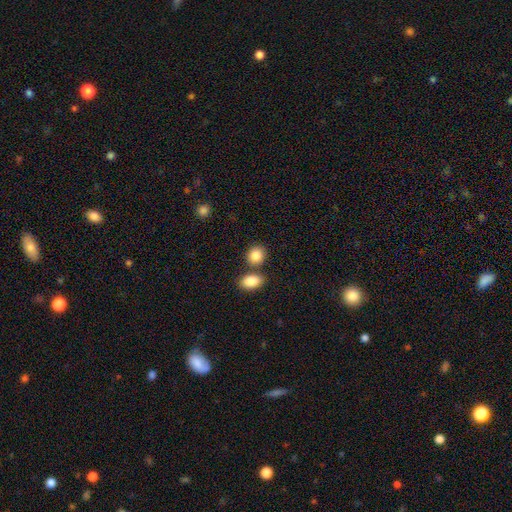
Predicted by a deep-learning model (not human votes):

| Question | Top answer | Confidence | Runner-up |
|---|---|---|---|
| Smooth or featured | smooth | 87% | star or artifact (8%) |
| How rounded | round | 68% | in between (31%) |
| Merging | none | 68% | merger (19%) |